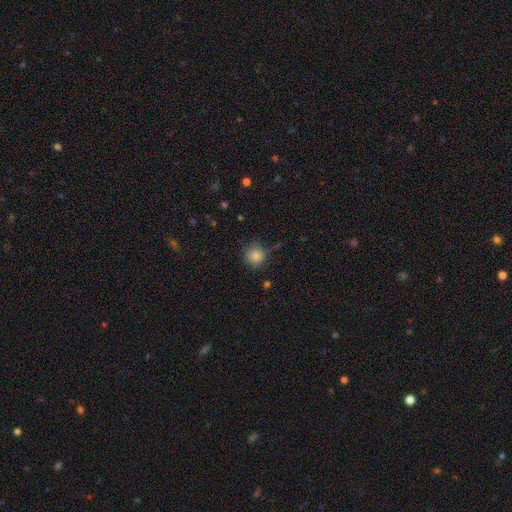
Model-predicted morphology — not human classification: A smooth galaxy with no disk features (85%) that is round (91%).

Vote fractions:
- Smooth or featured? smooth: 85% / star or artifact: 10% / featured or disk: 5%
- How rounded? round: 91% / in between: 8% / cigar-shaped: 1%
- Merging? none: 79% / minor disturbance: 15% / major disturbance: 4% / merger: 2%